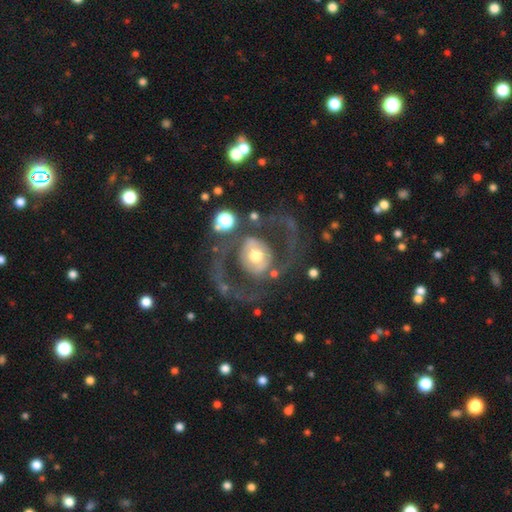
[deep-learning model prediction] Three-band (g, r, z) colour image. It shows a featured or disk galaxy (73%) with no bar (61%), spiral arms (64%) and a moderate central bulge (63%). Merging: none (62%).